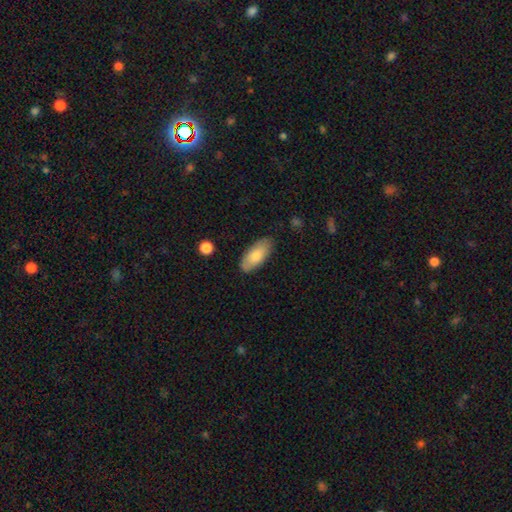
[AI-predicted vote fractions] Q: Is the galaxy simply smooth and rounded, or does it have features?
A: smooth — 77%.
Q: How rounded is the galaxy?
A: in between — 88%.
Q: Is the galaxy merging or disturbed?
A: none — 82%.